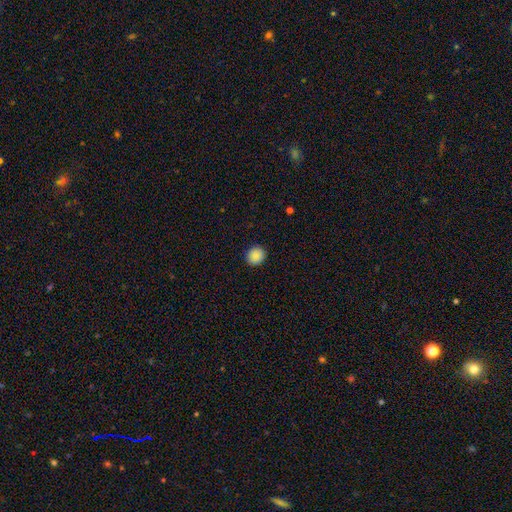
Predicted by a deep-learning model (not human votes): Smooth or featured?
  - smooth: 89% *
  - star or artifact: 8%
  - featured or disk: 3%
How rounded?
  - round: 88% *
  - in between: 11%
  - cigar-shaped: 1%
Merging?
  - none: 92% *
  - minor disturbance: 5%
  - major disturbance: 2%
  - merger: 1%